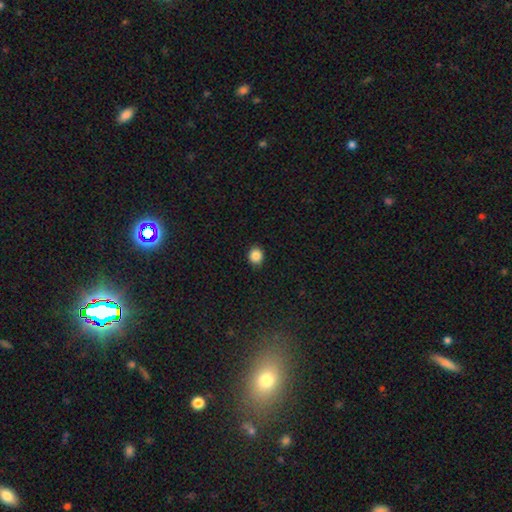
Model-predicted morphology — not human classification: smooth-or-featured: smooth: 86% | star or artifact: 10% | featured or disk: 4%
  how-rounded: round: 77% | in between: 22% | cigar-shaped: 1%
  merging: none: 90% | minor disturbance: 8% | major disturbance: 2% | merger: 1%